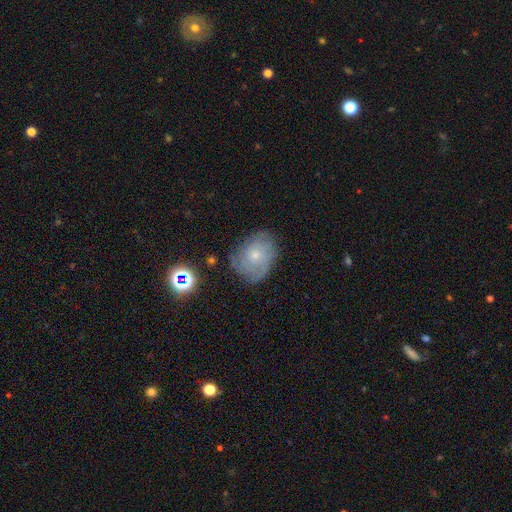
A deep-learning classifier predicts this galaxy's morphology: This is possibly a featured or disk galaxy (55%). It is clearly not viewed edge-on (97%). Bar: clearly no (84%). Spiral arm pattern: likely yes (79%). Central bulge: likely small (70%). Merging: likely none (62%).